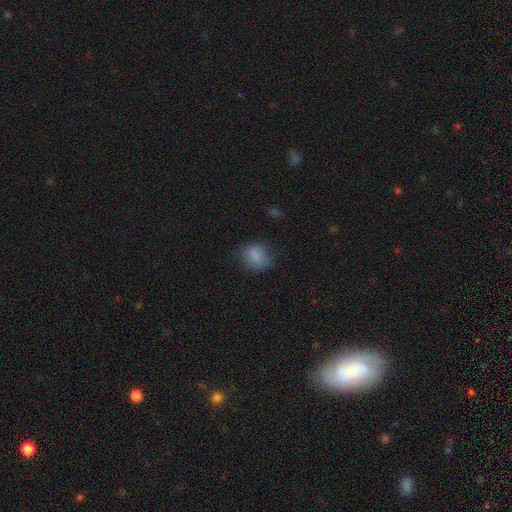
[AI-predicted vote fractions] Smooth or featured?
  - smooth: 81% *
  - star or artifact: 10%
  - featured or disk: 9%
How rounded?
  - round: 53% *
  - in between: 46%
  - cigar-shaped: 1%
Merging?
  - none: 67% *
  - minor disturbance: 24%
  - major disturbance: 8%
  - merger: 1%